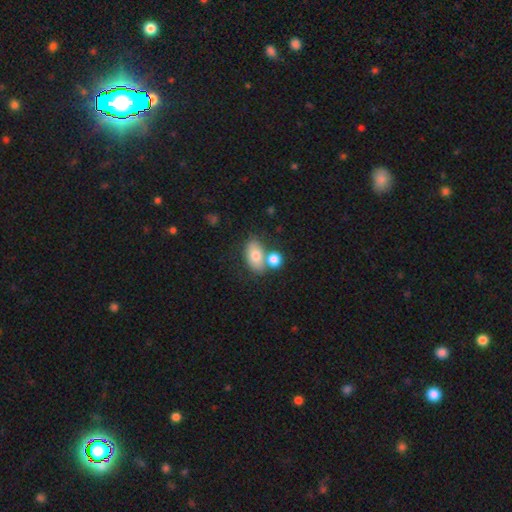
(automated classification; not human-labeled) This appears to be a smooth galaxy with no disk features (75%) that is in between round and cigar-shaped (86%). Merging: none (50%).